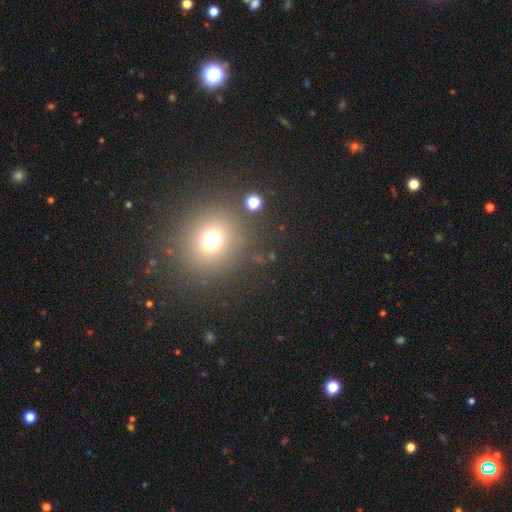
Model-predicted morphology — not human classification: A smooth galaxy with no disk features (63%) that is round (83%). Merging: none (86%).